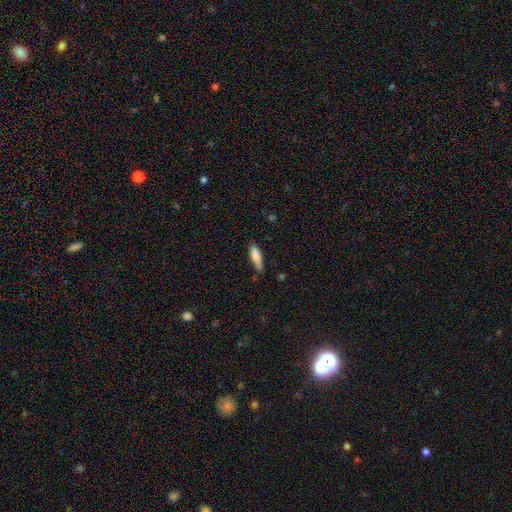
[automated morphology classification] smooth 83%, featured or disk 11%, star or artifact 6%. Down the decision tree: how rounded — cigar-shaped (58%); merging — none (65%).